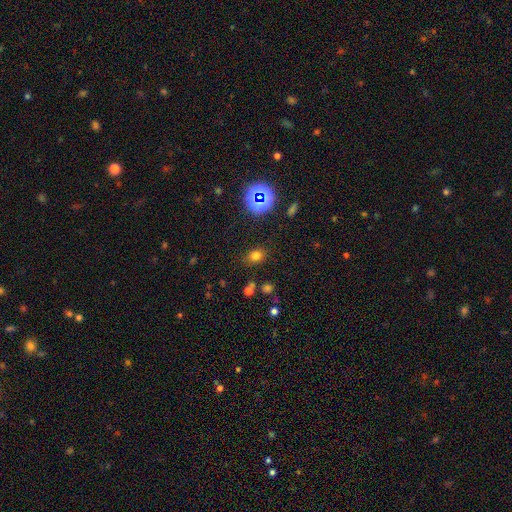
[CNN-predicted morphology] Smooth or featured?
  - smooth: 72% *
  - star or artifact: 21%
  - featured or disk: 7%
How rounded?
  - in between: 50% *
  - round: 48%
  - cigar-shaped: 1%
Merging?
  - none: 80% *
  - minor disturbance: 12%
  - major disturbance: 4%
  - merger: 3%